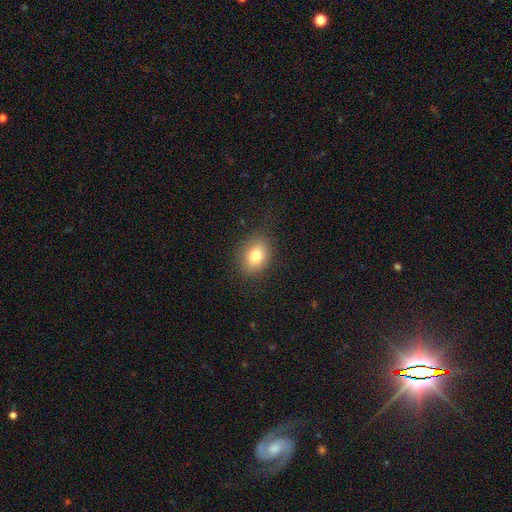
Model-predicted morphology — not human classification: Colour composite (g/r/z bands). It shows a smooth galaxy with no disk features (80%) that is in between round and cigar-shaped (61%). Merging: none (82%).